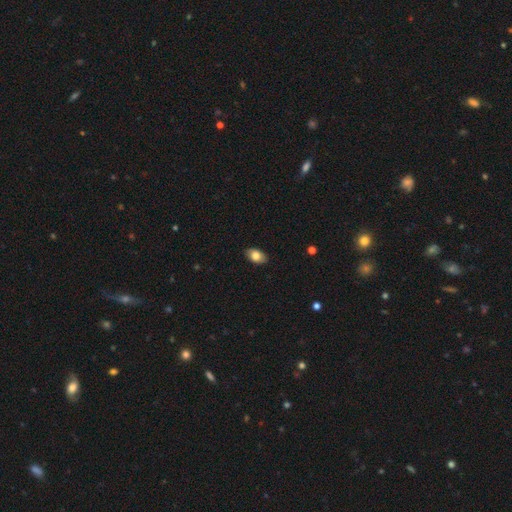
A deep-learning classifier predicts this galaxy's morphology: Overall: smooth (81%). How rounded: in between (91%). Merging: none (86%).